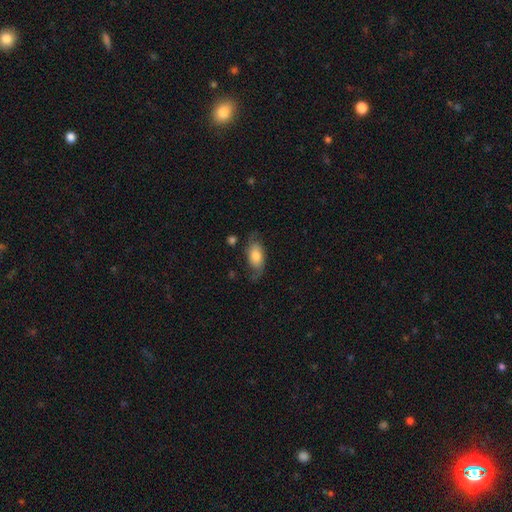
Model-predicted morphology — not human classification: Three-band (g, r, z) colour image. It shows a smooth galaxy with no disk features (57%) that is in between round and cigar-shaped (89%). Merging: none (62%).